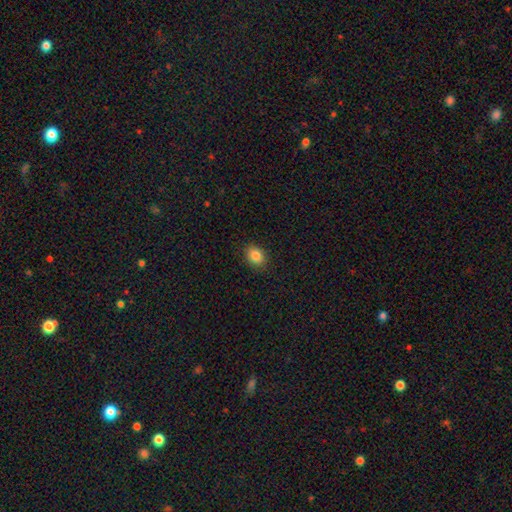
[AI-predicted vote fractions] The model was most divided on "how rounded": in between: 53%, round: 46%, cigar-shaped: 1%. More confident: merging — none (89%); smooth or featured — smooth (85%).